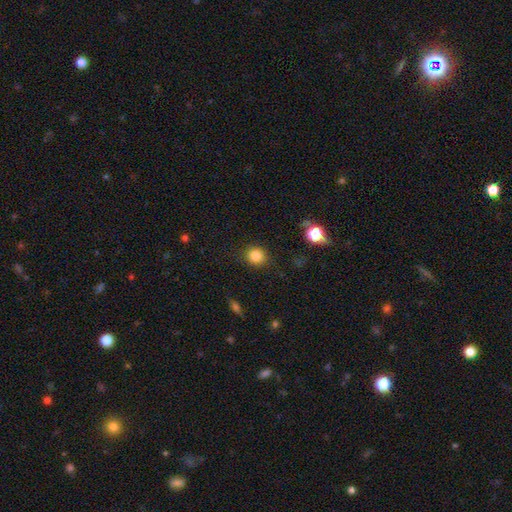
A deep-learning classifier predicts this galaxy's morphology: A smooth galaxy with no disk features (85%) that is round (83%).

Vote fractions:
- Smooth or featured? smooth: 85% / star or artifact: 11% / featured or disk: 4%
- How rounded? round: 83% / in between: 16% / cigar-shaped: 1%
- Merging? none: 87% / minor disturbance: 8% / major disturbance: 3% / merger: 1%